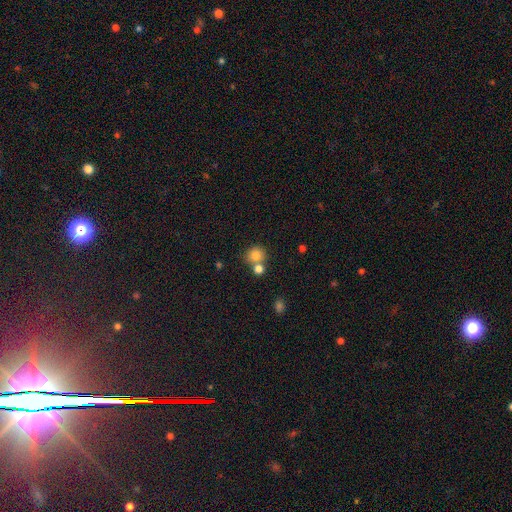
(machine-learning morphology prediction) This appears to be a smooth galaxy with no disk features (81%) that is round (86%). Merging: none (60%).